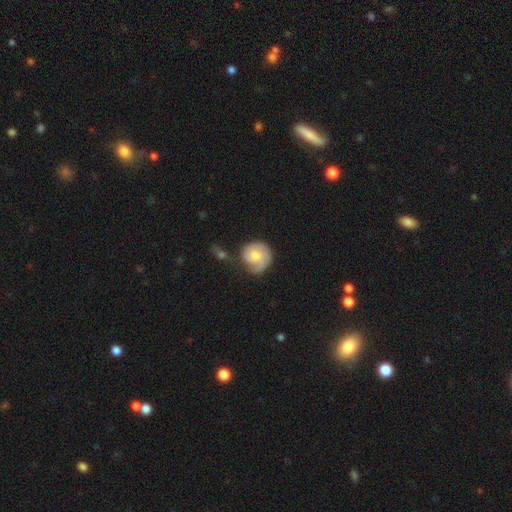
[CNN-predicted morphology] Smooth or featured? Predicted: featured or disk (p=0.49). Merging? Predicted: none (p=0.54).